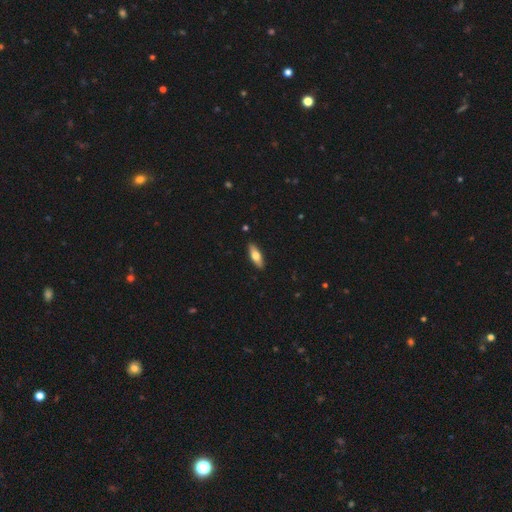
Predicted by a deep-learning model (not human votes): A smooth galaxy with no disk features (60%) that is in between round and cigar-shaped (56%). Merging: none (90%).